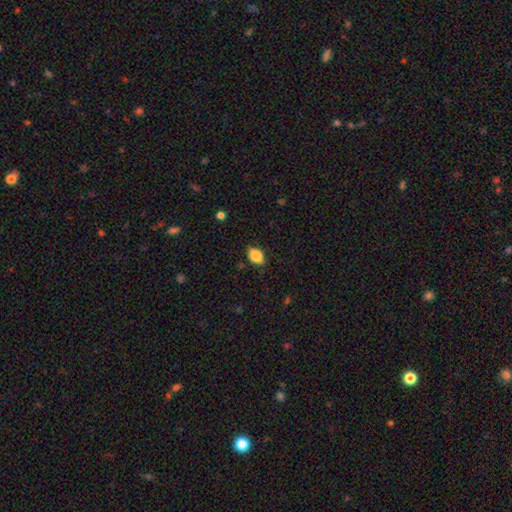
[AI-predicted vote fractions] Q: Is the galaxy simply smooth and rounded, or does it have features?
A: smooth — 77%.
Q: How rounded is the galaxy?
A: in between — 80%.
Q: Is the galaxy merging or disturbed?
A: none — 78%.